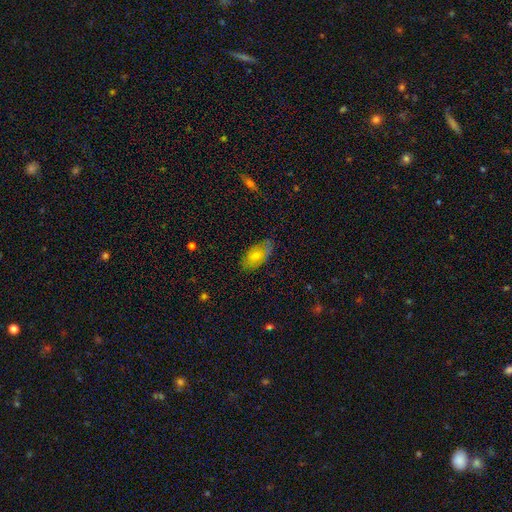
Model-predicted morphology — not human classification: This is likely a smooth galaxy (66%). How rounded: clearly in between (92%). Merging: likely none (70%).